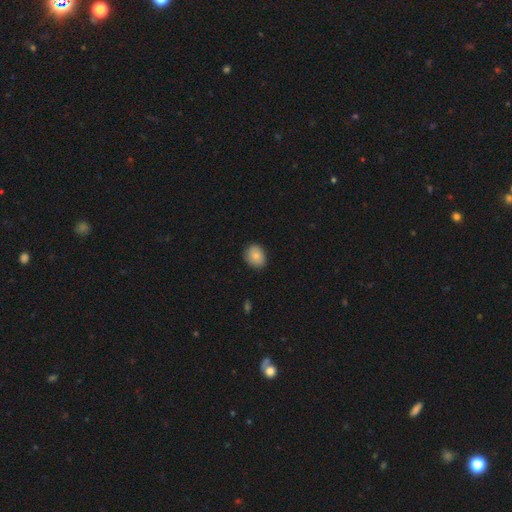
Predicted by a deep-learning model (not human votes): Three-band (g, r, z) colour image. It shows a smooth galaxy with no disk features (83%) that is round (58%). Merging: none (83%).